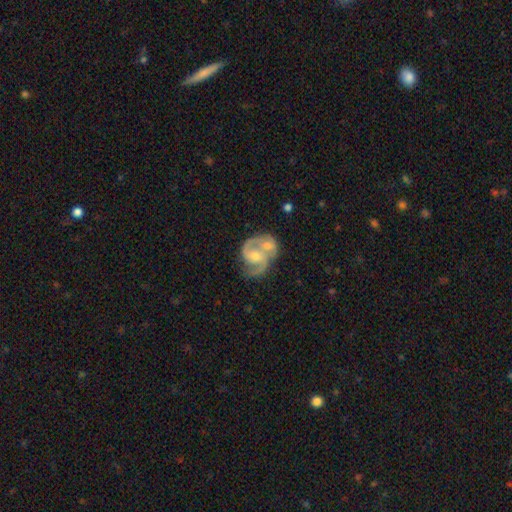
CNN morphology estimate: A featured or disk galaxy (85%) with no bar (45%), 2 (85%) medium (58%) spiral arms (95%) and a moderate central bulge (54%). Merging: merger (45%).